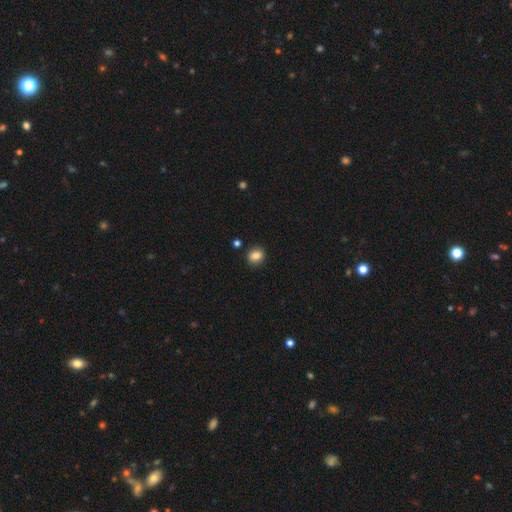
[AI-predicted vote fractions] smooth-or-featured: smooth: 85% | star or artifact: 10% | featured or disk: 5%
  how-rounded: round: 70% | in between: 29% | cigar-shaped: 1%
  merging: none: 89% | minor disturbance: 7% | merger: 2% | major disturbance: 2%